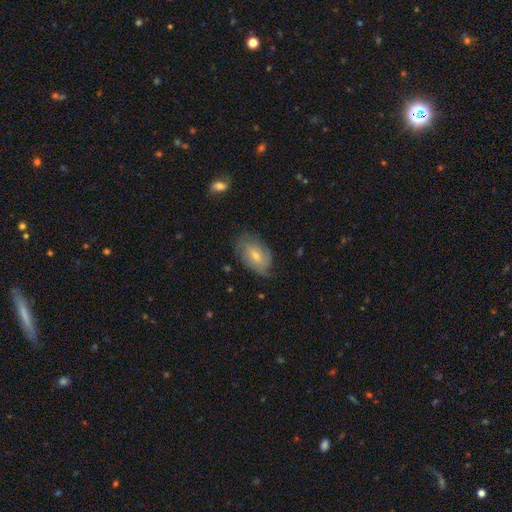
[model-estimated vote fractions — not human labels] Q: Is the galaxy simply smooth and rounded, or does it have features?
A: smooth — 52%.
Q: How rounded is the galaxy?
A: in between — 90%.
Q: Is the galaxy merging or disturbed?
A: none — 67%.